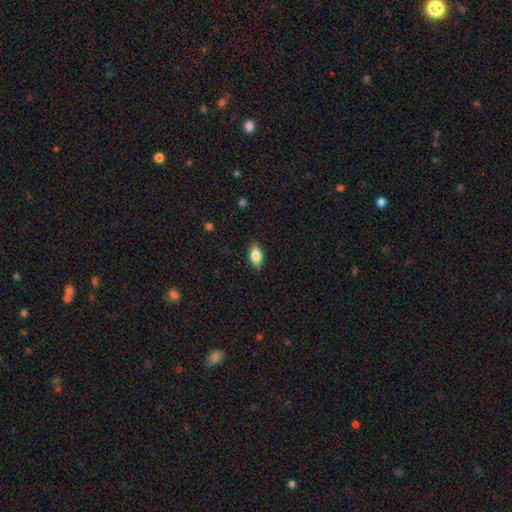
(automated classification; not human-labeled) Q: Smooth or featured?
A: smooth (78%); runner-up: featured or disk (15%)
Q: How rounded?
A: in between (87%); runner-up: cigar-shaped (7%)
Q: Merging?
A: none (85%); runner-up: minor disturbance (12%)